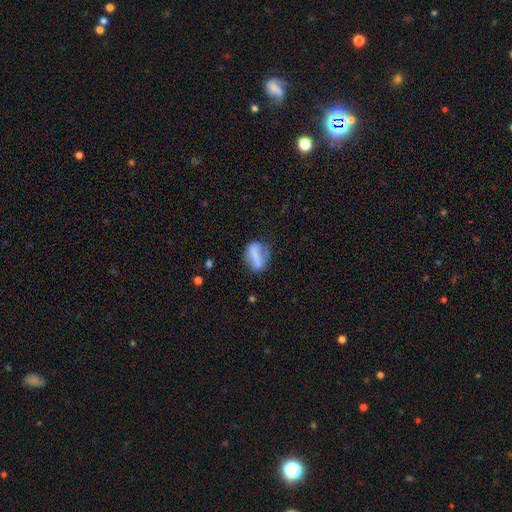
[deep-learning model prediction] A smooth galaxy with no disk features (55%) that is in between round and cigar-shaped (64%).

Vote fractions:
- Smooth or featured? smooth: 55% / featured or disk: 36% / star or artifact: 9%
- How rounded? in between: 64% / round: 24% / cigar-shaped: 12%
- Merging? none: 47% / minor disturbance: 26% / major disturbance: 18% / merger: 9%